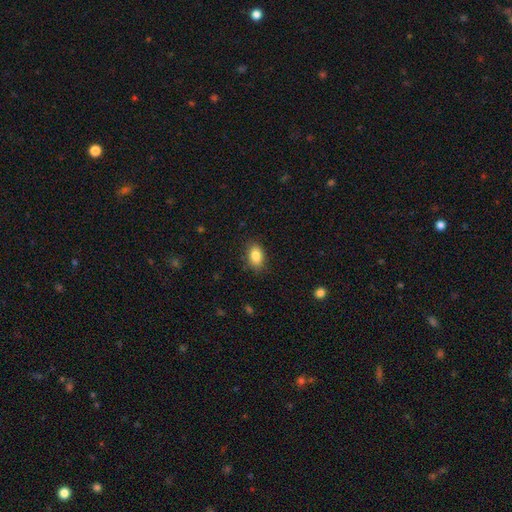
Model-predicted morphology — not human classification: This is clearly a smooth galaxy (86%). How rounded: clearly in between (87%). Merging: clearly none (85%).